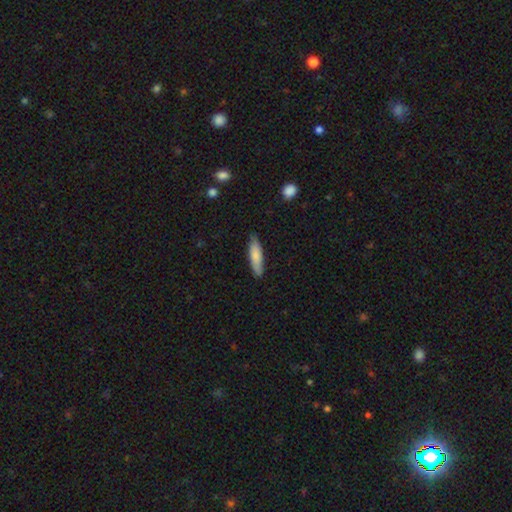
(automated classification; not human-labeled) This is clearly a smooth galaxy (80%). How rounded: likely cigar-shaped (68%). Merging: clearly none (83%).